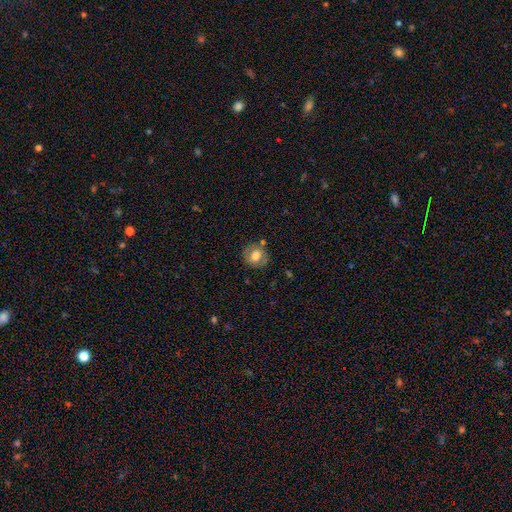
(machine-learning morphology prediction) A smooth galaxy with no disk features (64%) that is round (81%). Merging: none (78%).